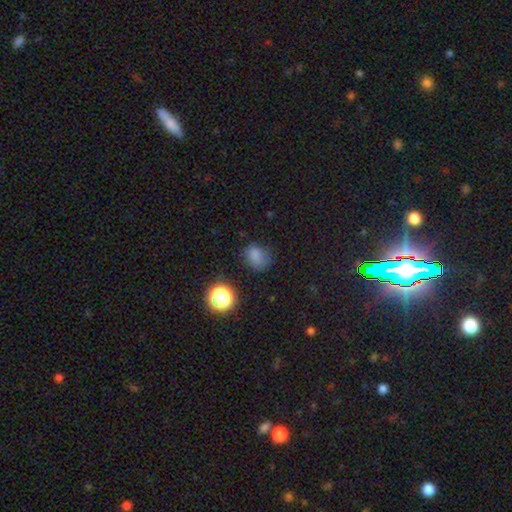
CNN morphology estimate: smooth 75%, star or artifact 17%, featured or disk 8%. Down the decision tree: how rounded — round (50%); merging — none (59%).